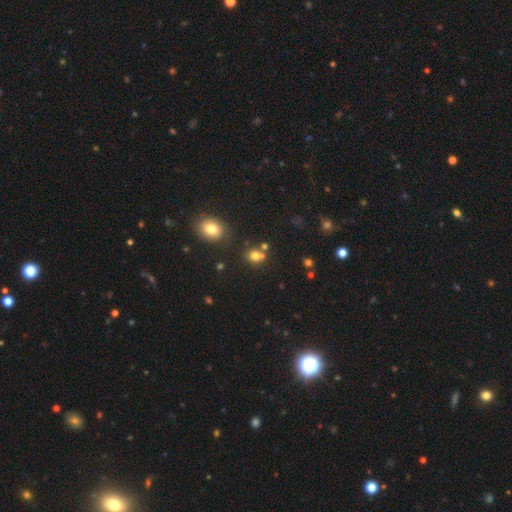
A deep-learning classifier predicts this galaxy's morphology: This is likely a smooth galaxy (75%). How rounded: likely round (73%). Merging: likely none (61%).